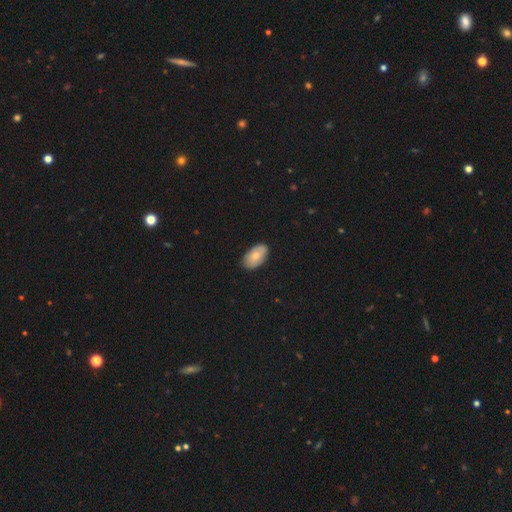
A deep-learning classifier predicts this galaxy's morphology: Q: Smooth or featured?
A: smooth (75%); runner-up: featured or disk (18%)
Q: How rounded?
A: in between (94%); runner-up: round (4%)
Q: Merging?
A: none (84%); runner-up: minor disturbance (13%)